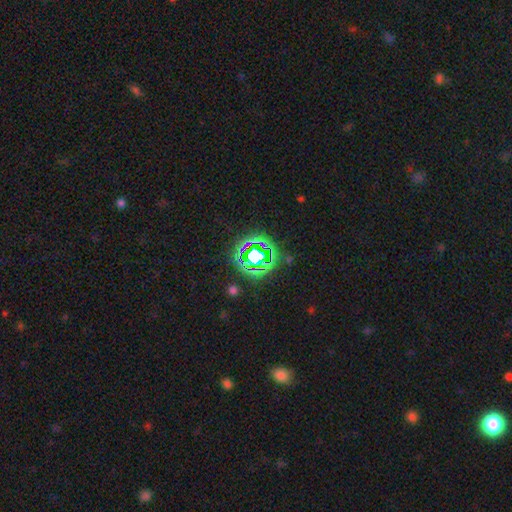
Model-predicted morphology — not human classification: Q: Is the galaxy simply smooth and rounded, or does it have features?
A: star or artifact — 69%.